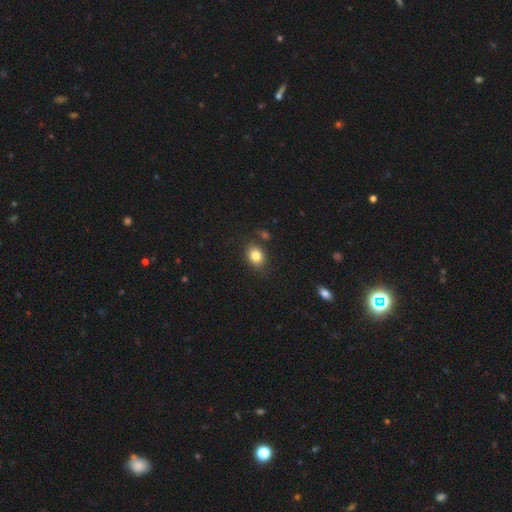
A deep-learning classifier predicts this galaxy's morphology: smooth-or-featured: smooth: 83% | star or artifact: 10% | featured or disk: 7%
  how-rounded: in between: 57% | round: 42% | cigar-shaped: 1%
  merging: none: 80% | minor disturbance: 13% | merger: 4% | major disturbance: 3%